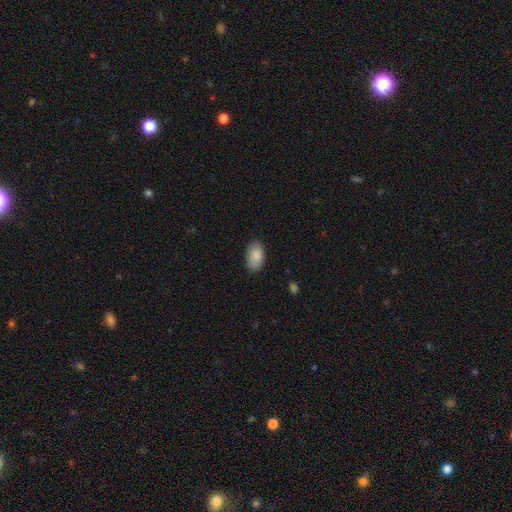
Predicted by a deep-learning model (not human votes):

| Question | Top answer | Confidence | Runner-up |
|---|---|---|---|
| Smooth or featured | smooth | 89% | star or artifact (6%) |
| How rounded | in between | 94% | round (4%) |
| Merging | none | 86% | minor disturbance (10%) |